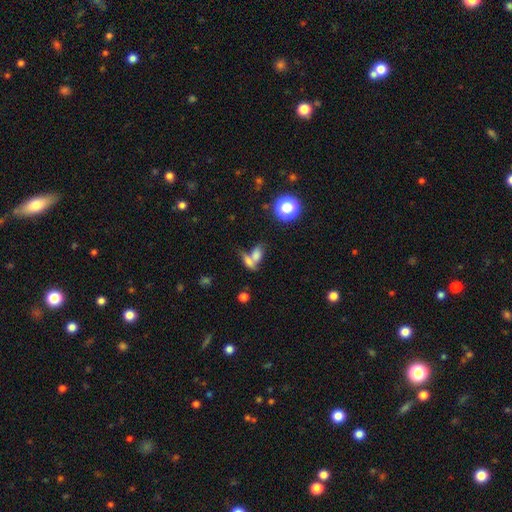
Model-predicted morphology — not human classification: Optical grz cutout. It shows a smooth galaxy with no disk features (71%) that is in between round and cigar-shaped (72%). Merging: merger (58%).